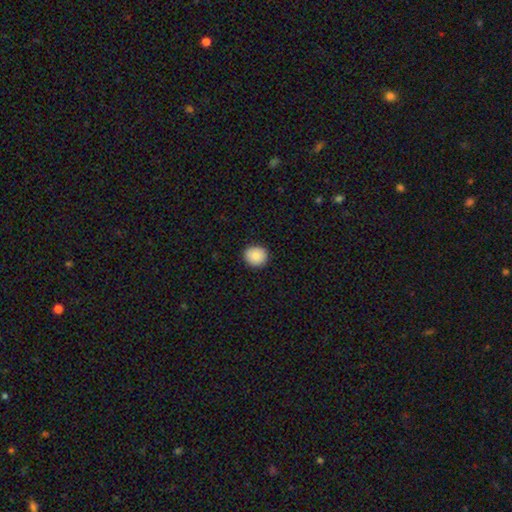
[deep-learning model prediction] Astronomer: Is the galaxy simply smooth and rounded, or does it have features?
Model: smooth — 86%.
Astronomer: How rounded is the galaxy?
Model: round — 83%.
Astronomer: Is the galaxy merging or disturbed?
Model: none — 90%.